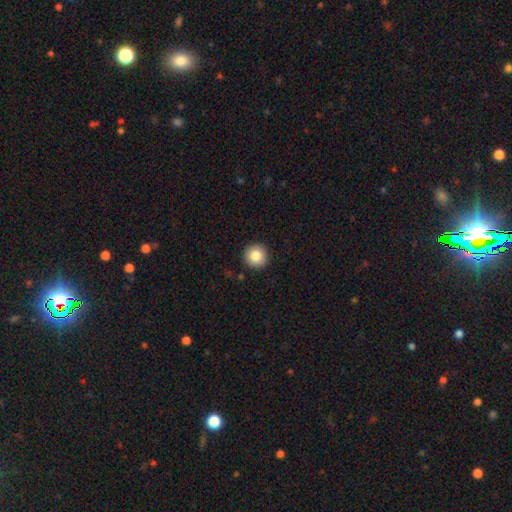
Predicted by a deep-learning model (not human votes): Overall: smooth (84%). How rounded: round (95%). Merging: none (92%).